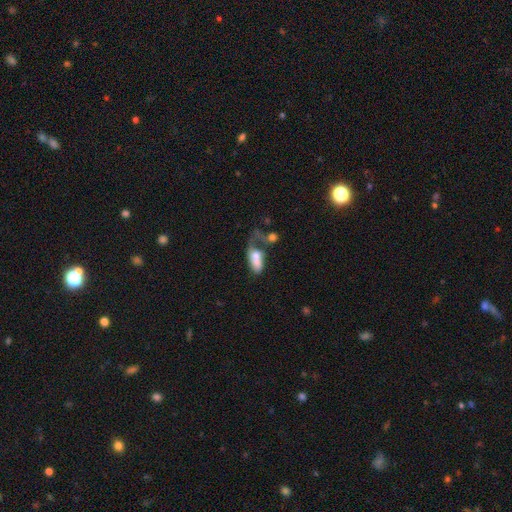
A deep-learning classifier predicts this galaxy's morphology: Smooth or featured: smooth — 61% (featured or disk — 31%)
How rounded: in between — 83% (cigar-shaped — 12%)
Merging: merger — 43% (major disturbance — 32%)